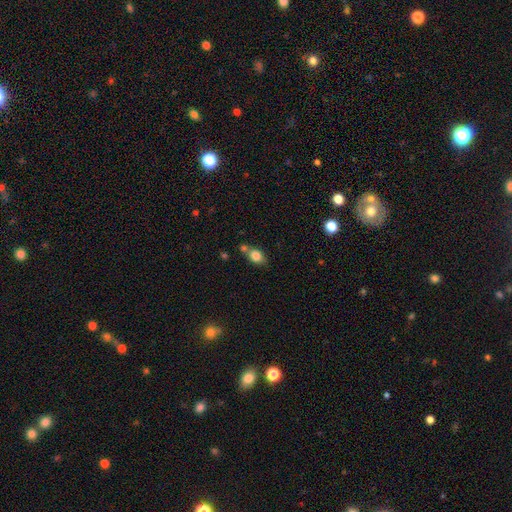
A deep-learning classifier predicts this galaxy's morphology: Smooth or featured: smooth — 81% (featured or disk — 10%)
How rounded: in between — 67% (round — 31%)
Merging: none — 56% (merger — 23%)